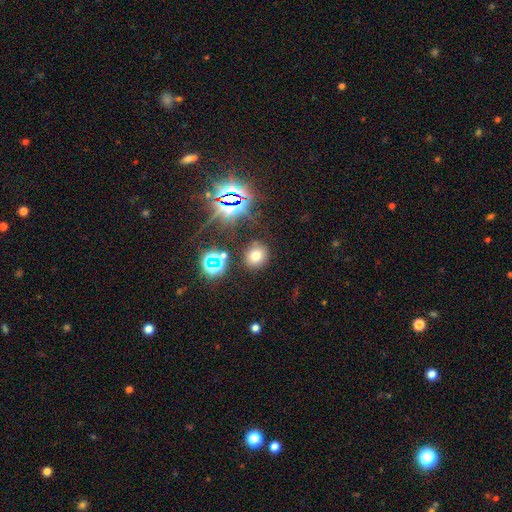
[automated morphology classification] The model was most divided on "smooth or featured": smooth: 65%, star or artifact: 26%, featured or disk: 9%. More confident: merging — none (84%); how rounded — round (80%).